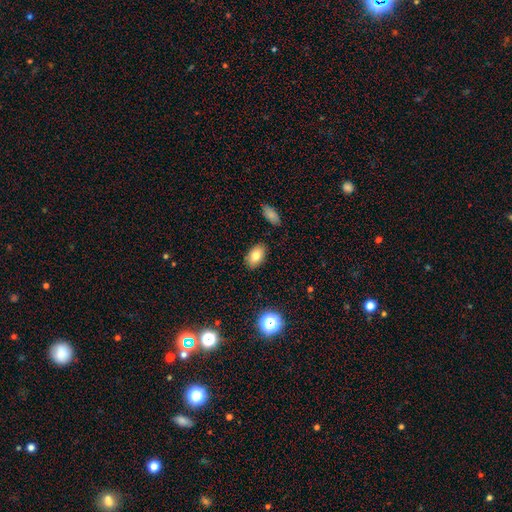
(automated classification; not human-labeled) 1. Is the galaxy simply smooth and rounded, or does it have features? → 78% smooth, 12% featured or disk, 10% star or artifact.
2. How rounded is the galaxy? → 89% in between, 9% round, 2% cigar-shaped.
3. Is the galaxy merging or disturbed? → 86% none, 10% minor disturbance, 2% major disturbance, 2% merger.